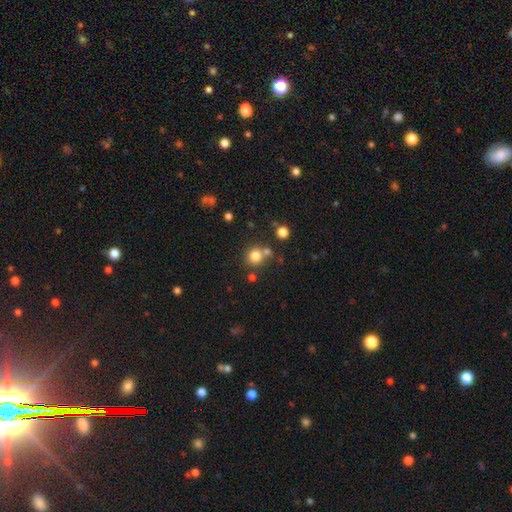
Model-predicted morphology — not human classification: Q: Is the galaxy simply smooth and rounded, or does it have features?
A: smooth — 79%.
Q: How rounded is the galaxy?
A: round — 91%.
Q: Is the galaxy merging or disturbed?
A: none — 66%.